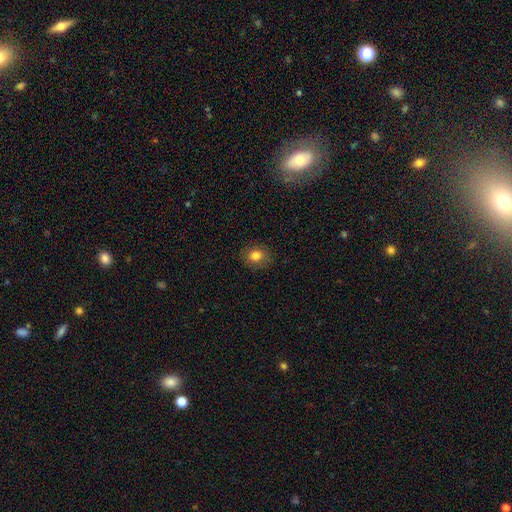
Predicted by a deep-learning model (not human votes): Smooth or featured? smooth (81%)
How rounded? round (68%)
Merging? none (87%)